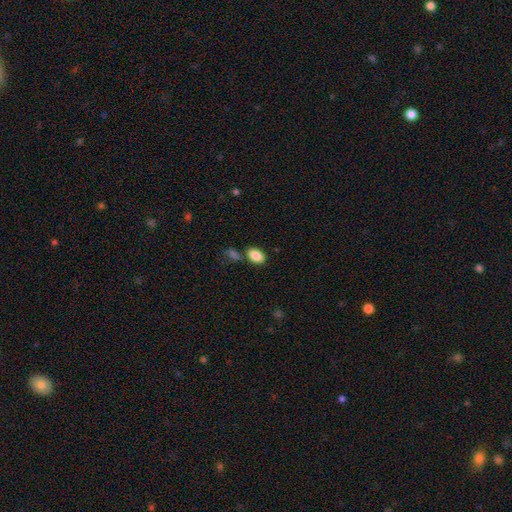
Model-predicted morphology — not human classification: Smooth or featured? Predicted: smooth (p=0.87). How rounded? Predicted: in between (p=0.88). Merging? Predicted: none (p=0.71).